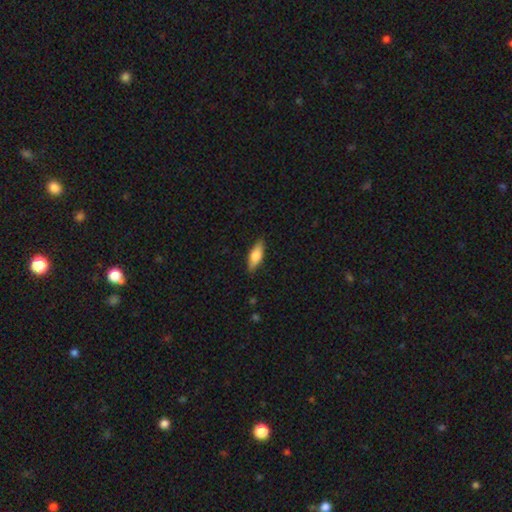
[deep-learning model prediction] The model was most divided on "how rounded": in between: 64%, cigar-shaped: 33%, round: 3%. More confident: merging — none (87%); smooth or featured — smooth (63%).